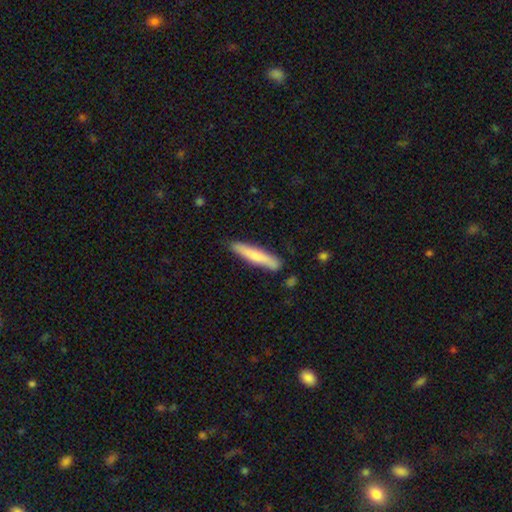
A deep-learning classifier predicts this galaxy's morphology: Smooth or featured: smooth — 68% (featured or disk — 27%)
How rounded: cigar-shaped — 91% (in between — 7%)
Merging: none — 85% (minor disturbance — 11%)